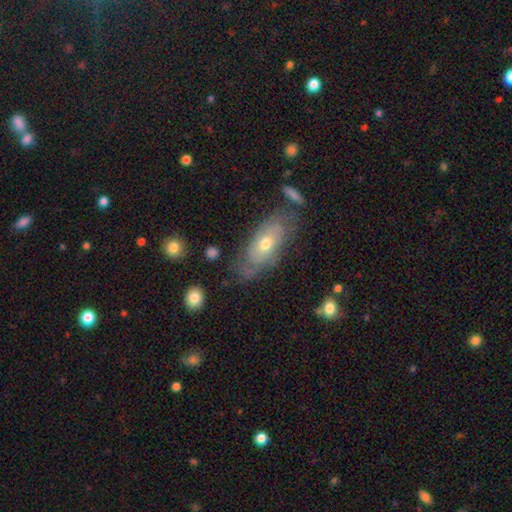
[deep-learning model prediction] Q: Smooth or featured?
A: featured or disk (61%); runner-up: smooth (29%)
Q: Edge-on disk?
A: no (81%); runner-up: yes (19%)
Q: Merging?
A: none (70%); runner-up: minor disturbance (19%)